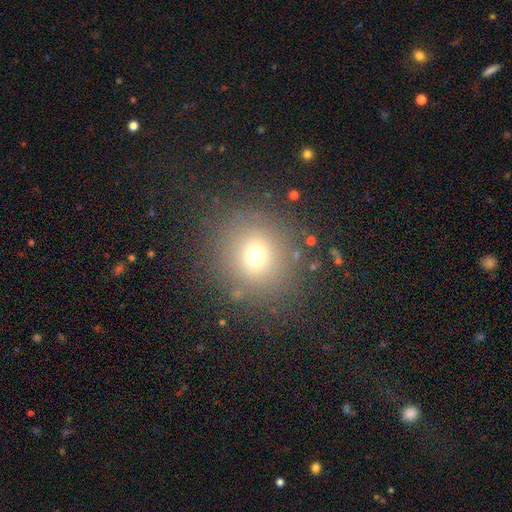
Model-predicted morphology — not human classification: smooth-or-featured: smooth: 67% | star or artifact: 20% | featured or disk: 13%
  how-rounded: round: 89% | in between: 10% | cigar-shaped: 1%
  merging: none: 84% | minor disturbance: 9% | major disturbance: 5% | merger: 2%